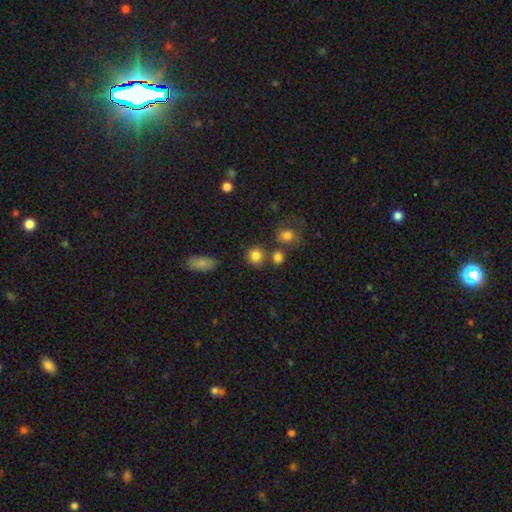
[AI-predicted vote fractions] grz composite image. It shows a smooth galaxy with no disk features (82%) that is round (87%). Merging: none (73%).